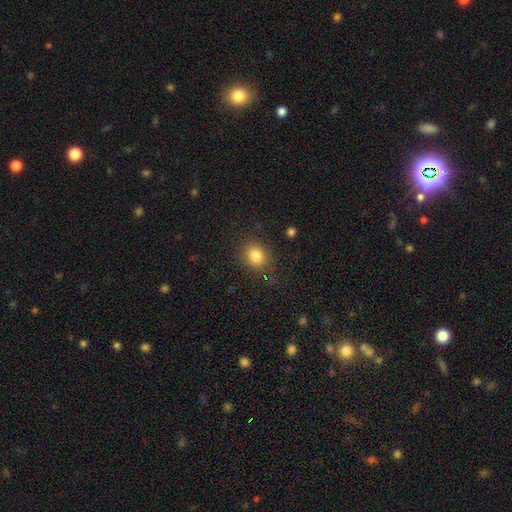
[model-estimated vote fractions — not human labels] This appears to be a smooth galaxy with no disk features (83%) that is round (69%). Merging: none (82%).